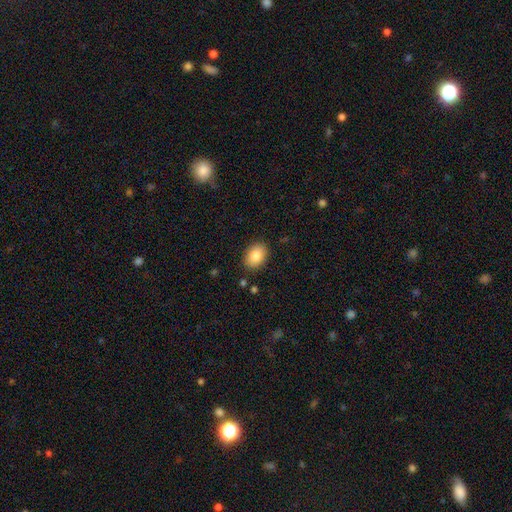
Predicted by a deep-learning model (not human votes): Smooth or featured?
  - smooth: 86% *
  - star or artifact: 7%
  - featured or disk: 7%
How rounded?
  - in between: 76% *
  - round: 23%
  - cigar-shaped: 1%
Merging?
  - none: 87% *
  - minor disturbance: 9%
  - major disturbance: 2%
  - merger: 1%